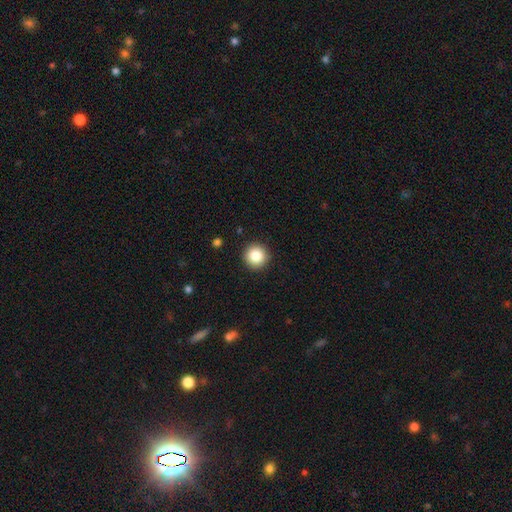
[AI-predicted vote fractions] smooth-or-featured: smooth: 86% | star or artifact: 9% | featured or disk: 5%
  how-rounded: round: 95% | in between: 4% | cigar-shaped: 1%
  merging: none: 92% | minor disturbance: 5% | major disturbance: 2% | merger: 1%